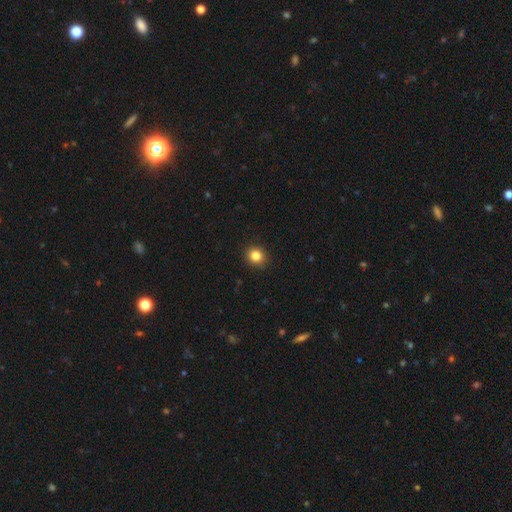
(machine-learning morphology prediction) smooth-or-featured: smooth: 84% | star or artifact: 11% | featured or disk: 5%
  how-rounded: round: 78% | in between: 22% | cigar-shaped: 1%
  merging: none: 91% | minor disturbance: 7% | major disturbance: 2% | merger: 1%